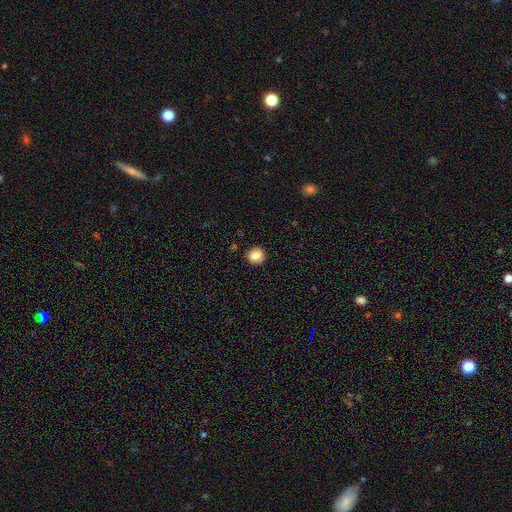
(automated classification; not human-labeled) Smooth or featured? Predicted: smooth (p=0.86). How rounded? Predicted: round (p=0.85). Merging? Predicted: none (p=0.88).